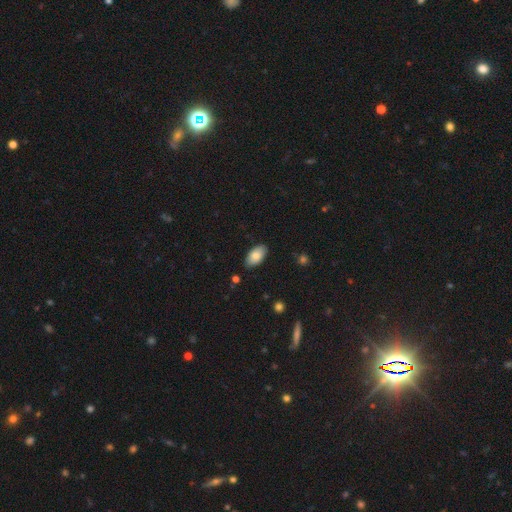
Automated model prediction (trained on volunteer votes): Q: Smooth or featured?
A: smooth (83%); runner-up: featured or disk (11%)
Q: How rounded?
A: in between (95%); runner-up: round (3%)
Q: Merging?
A: none (85%); runner-up: minor disturbance (11%)